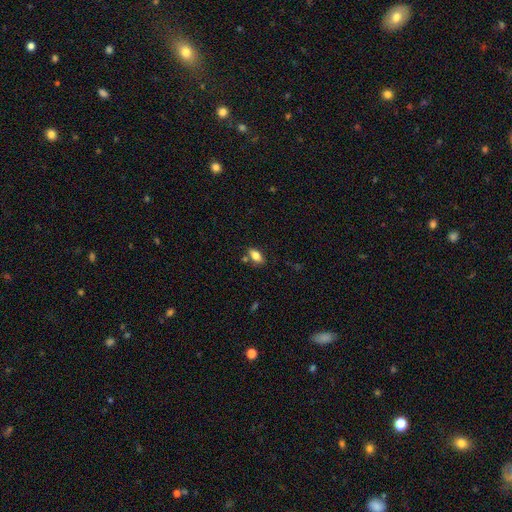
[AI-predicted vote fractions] The model was most divided on "merging": none: 74%, minor disturbance: 14%, merger: 9%, major disturbance: 3%. More confident: how rounded — in between (88%); smooth or featured — smooth (78%).